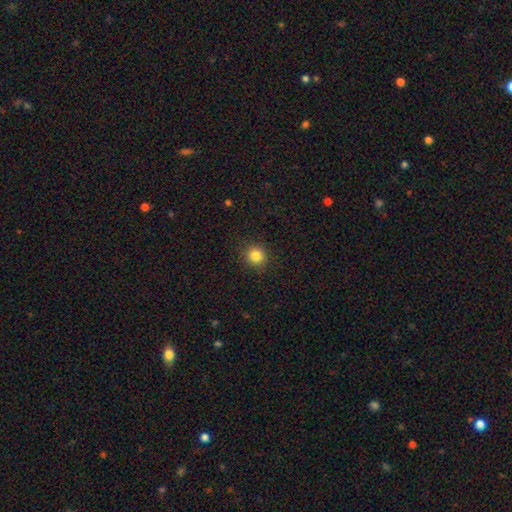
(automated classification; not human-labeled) Morphology: type=smooth (83%); roundness=round (90%); merging=none (91%).